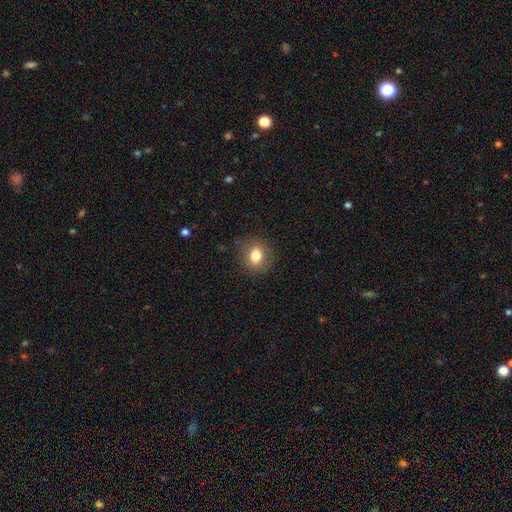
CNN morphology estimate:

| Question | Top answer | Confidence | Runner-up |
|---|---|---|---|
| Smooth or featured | smooth | 80% | star or artifact (10%) |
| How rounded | round | 63% | in between (36%) |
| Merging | none | 84% | minor disturbance (11%) |